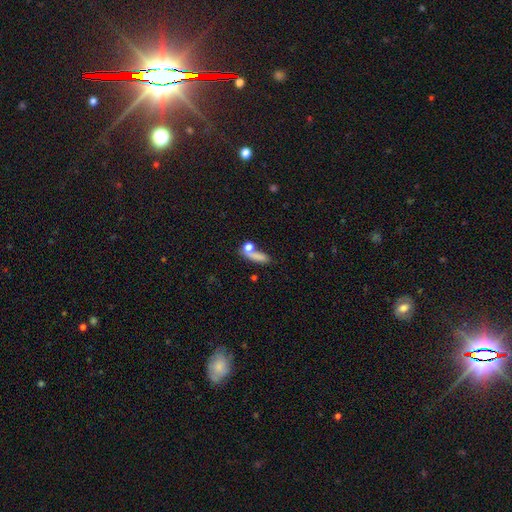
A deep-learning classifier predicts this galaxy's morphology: The model was most divided on "how rounded": in between: 41%, cigar-shaped: 37%, round: 22%. Remaining: smooth or featured — smooth (69%); merging — none (38%).